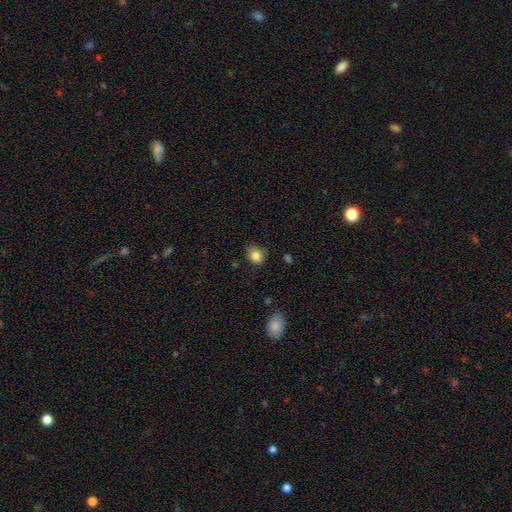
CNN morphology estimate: Smooth or featured?
  - smooth: 84% *
  - star or artifact: 10%
  - featured or disk: 6%
How rounded?
  - round: 63% *
  - in between: 36%
  - cigar-shaped: 1%
Merging?
  - none: 74% *
  - minor disturbance: 20%
  - major disturbance: 4%
  - merger: 2%